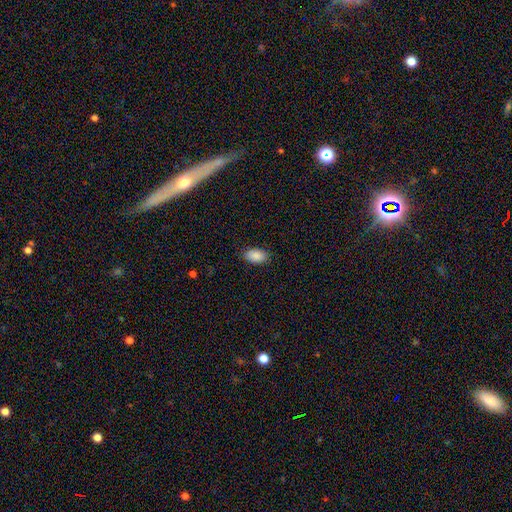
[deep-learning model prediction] Morphology: type=smooth (89%); roundness=in between (93%); merging=none (86%).